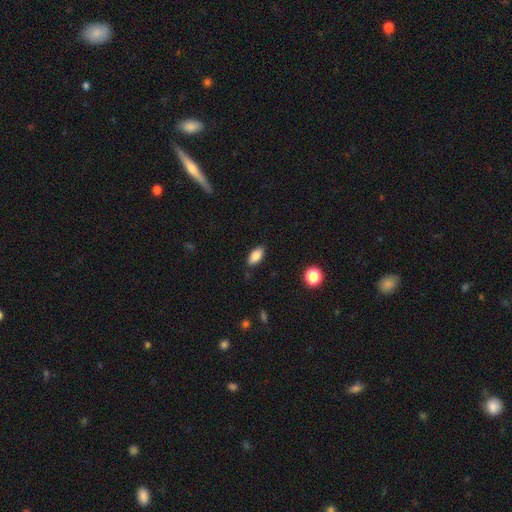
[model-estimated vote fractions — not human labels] smooth_or_featured: smooth (p=0.84) [alt: featured or disk p=0.08]
how_rounded: in between (p=0.90) [alt: cigar-shaped p=0.07]
merging: none (p=0.87) [alt: minor disturbance p=0.10]